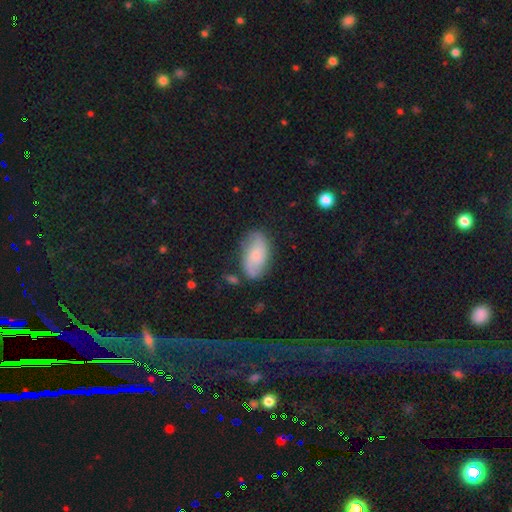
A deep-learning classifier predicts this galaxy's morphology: Q: Smooth or featured?
A: featured or disk (48%); runner-up: smooth (45%)
Q: Merging?
A: none (72%); runner-up: minor disturbance (19%)